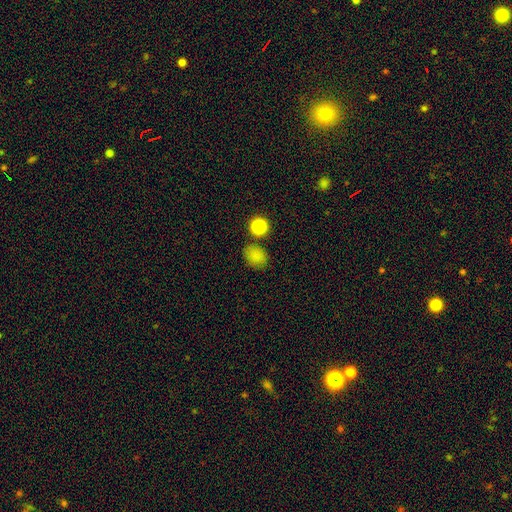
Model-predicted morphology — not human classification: A smooth galaxy with no disk features (81%) that is in between round and cigar-shaped (52%).

Vote fractions:
- Smooth or featured? smooth: 81% / star or artifact: 14% / featured or disk: 5%
- How rounded? in between: 52% / round: 47% / cigar-shaped: 1%
- Merging? none: 75% / minor disturbance: 12% / merger: 8% / major disturbance: 4%